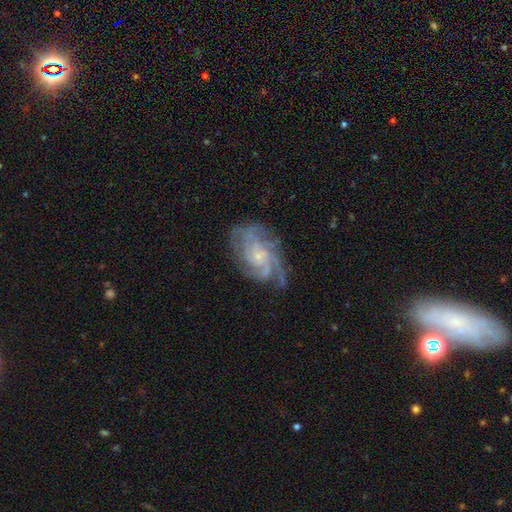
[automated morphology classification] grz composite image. It shows a featured or disk galaxy (77%) with no bar (67%), tight (53%) spiral arms (95%) and a small central bulge (50%). Merging: none (73%).